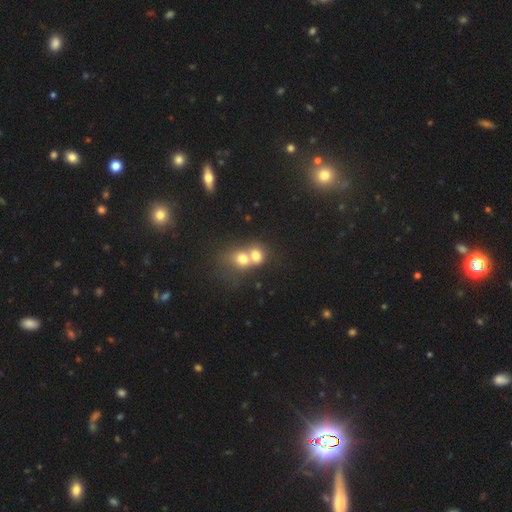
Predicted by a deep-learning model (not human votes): smooth-or-featured: smooth: 70% | featured or disk: 18% | star or artifact: 12%
  how-rounded: round: 60% | in between: 38% | cigar-shaped: 1%
  merging: merger: 74% | none: 18% | minor disturbance: 5% | major disturbance: 4%